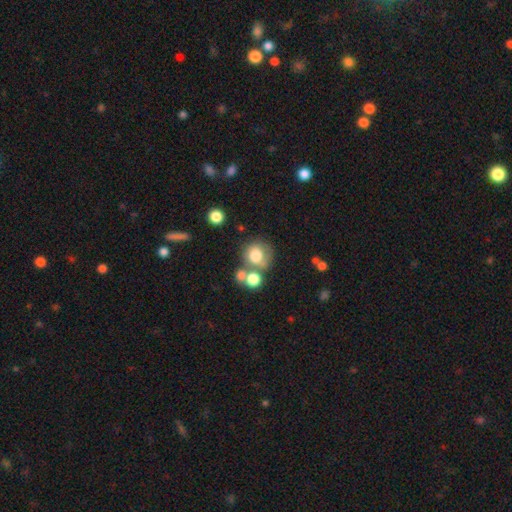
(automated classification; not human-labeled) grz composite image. It shows a smooth galaxy with no disk features (73%) that is round (85%). Merging: none (50%).